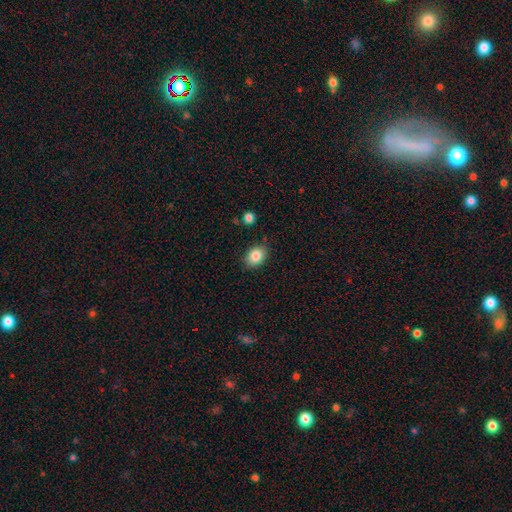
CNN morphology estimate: smooth 84%, star or artifact 9%, featured or disk 7%. Down the decision tree: how rounded — in between (72%); merging — none (83%).